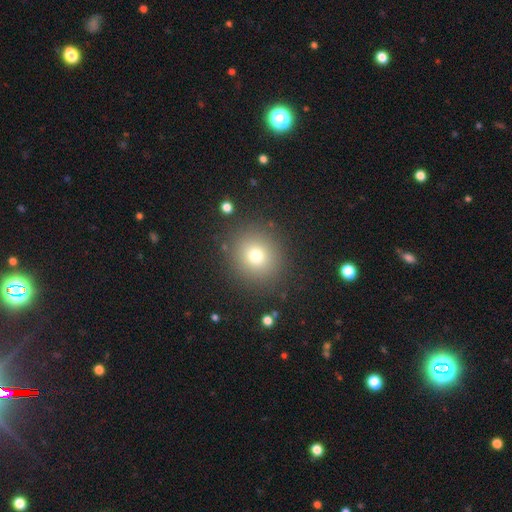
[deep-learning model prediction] This is likely a smooth galaxy (74%). How rounded: clearly round (89%). Merging: clearly none (88%).